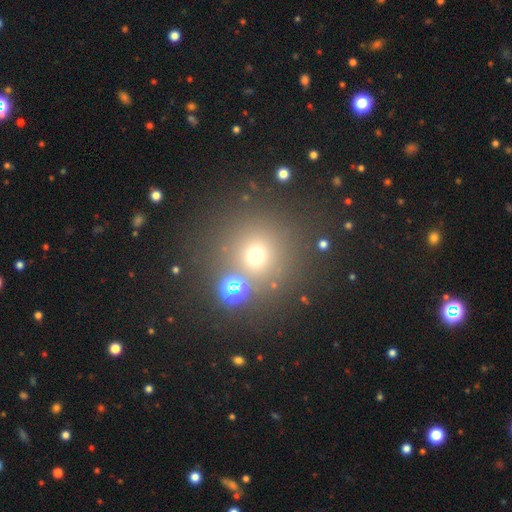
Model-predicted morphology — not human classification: The model was most divided on "smooth or featured": smooth: 66%, star or artifact: 25%, featured or disk: 9%. More confident: how rounded — round (92%); merging — none (78%).